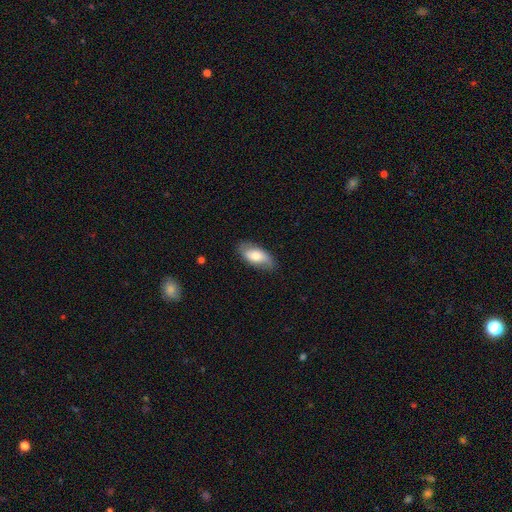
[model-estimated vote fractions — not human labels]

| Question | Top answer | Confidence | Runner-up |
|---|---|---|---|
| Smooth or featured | smooth | 62% | featured or disk (32%) |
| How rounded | in between | 90% | cigar-shaped (7%) |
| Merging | none | 78% | minor disturbance (17%) |